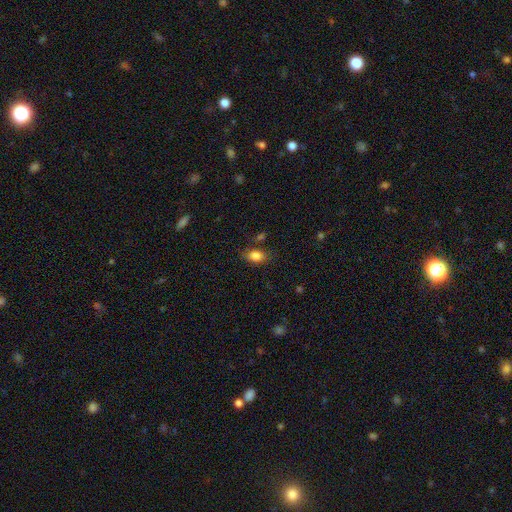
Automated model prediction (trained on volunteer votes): This is clearly a smooth galaxy (84%). How rounded: clearly in between (84%). Merging: likely none (75%).